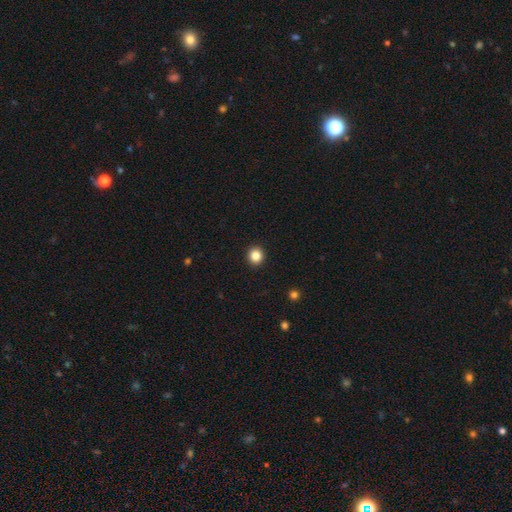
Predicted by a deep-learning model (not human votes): The model was most divided on "smooth or featured": smooth: 85%, star or artifact: 11%, featured or disk: 4%. More confident: merging — none (93%); how rounded — round (91%).